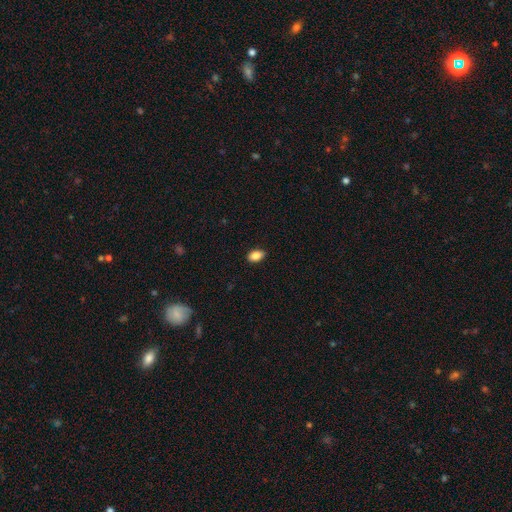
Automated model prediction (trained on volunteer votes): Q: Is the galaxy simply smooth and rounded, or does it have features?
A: smooth — 87%.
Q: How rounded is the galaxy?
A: in between — 90%.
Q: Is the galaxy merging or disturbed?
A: none — 88%.